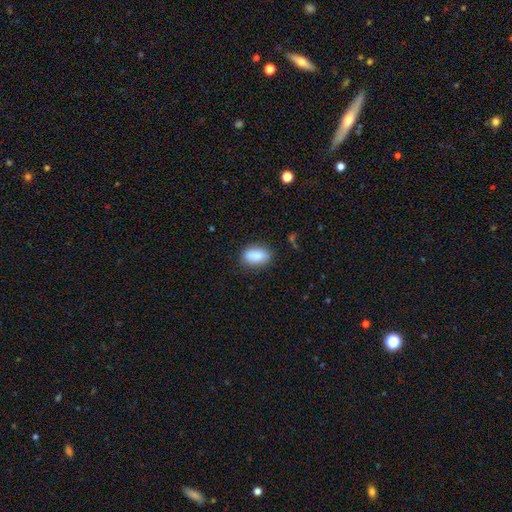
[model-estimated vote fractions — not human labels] This is clearly a smooth galaxy (86%). How rounded: clearly in between (86%). Merging: clearly none (84%).